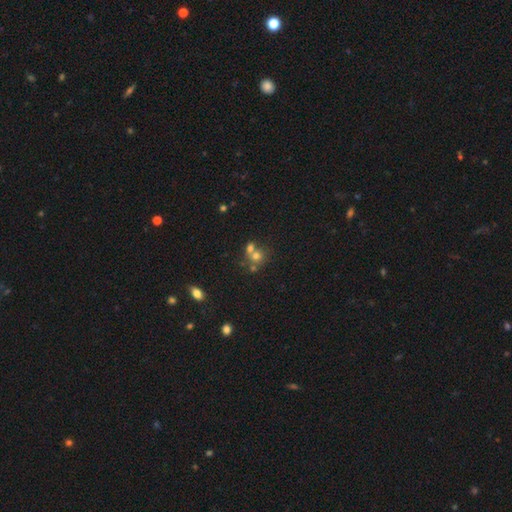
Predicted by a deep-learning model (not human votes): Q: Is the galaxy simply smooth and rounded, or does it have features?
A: smooth — 64%.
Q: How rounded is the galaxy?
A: round — 79%.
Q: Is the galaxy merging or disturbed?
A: merger — 49%.